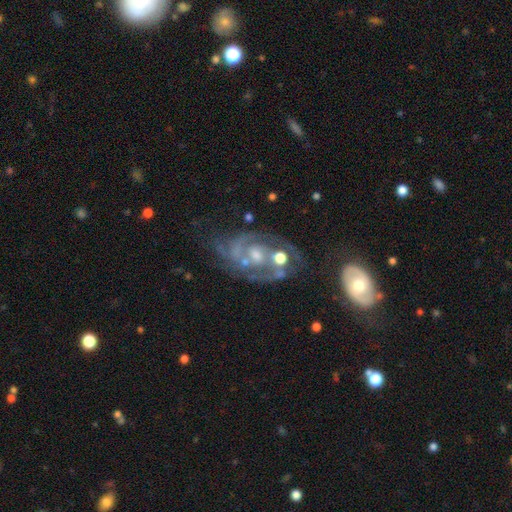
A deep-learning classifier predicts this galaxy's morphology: smooth_or_featured: featured or disk (p=0.83) [alt: smooth p=0.09]
disk_edge_on: no (p=0.97) [alt: yes p=0.03]
bar: no (p=0.66) [alt: weak p=0.26]
has_spiral_arms: yes (p=0.87) [alt: no p=0.13]
spiral_winding: medium (p=0.42) [tied with: tight p=0.42]
spiral_arm_count: 2 (p=0.51) [alt: can't tell p=0.24]
bulge_size: moderate (p=0.50) [alt: small p=0.36]
merging: none (p=0.38) [alt: merger p=0.25]